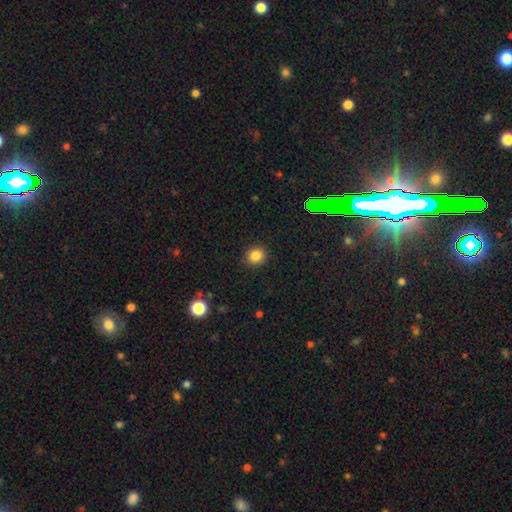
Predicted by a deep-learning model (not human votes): Smooth or featured?
  - smooth: 85% *
  - star or artifact: 11%
  - featured or disk: 4%
How rounded?
  - round: 81% *
  - in between: 18%
  - cigar-shaped: 1%
Merging?
  - none: 90% *
  - minor disturbance: 6%
  - major disturbance: 2%
  - merger: 1%